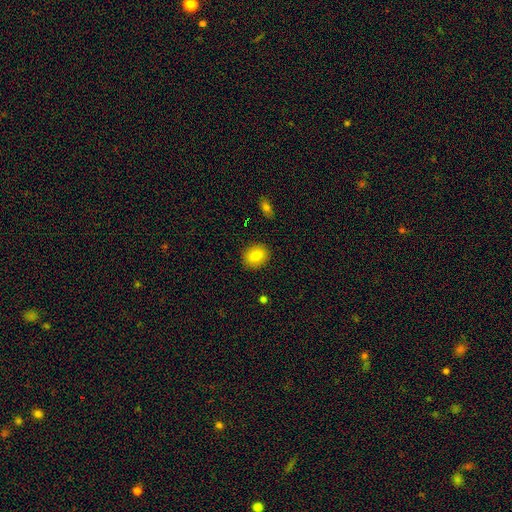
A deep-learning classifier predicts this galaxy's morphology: smooth_or_featured: smooth (p=0.82) [alt: featured or disk p=0.09]
how_rounded: round (p=0.53) [alt: in between p=0.46]
merging: none (p=0.89) [alt: minor disturbance p=0.07]